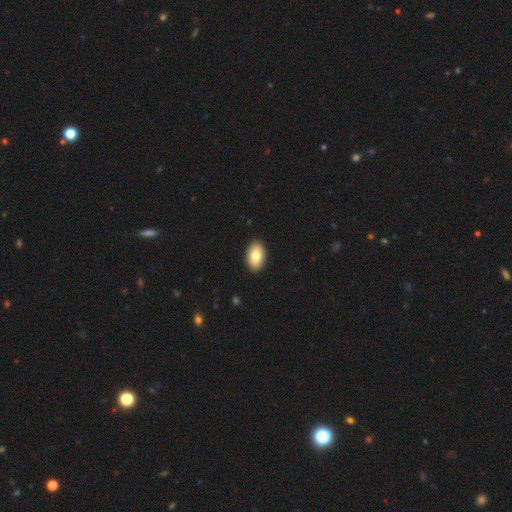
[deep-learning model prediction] smooth-or-featured: smooth: 81% | featured or disk: 12% | star or artifact: 7%
  how-rounded: in between: 93% | round: 5% | cigar-shaped: 1%
  merging: none: 91% | minor disturbance: 7% | major disturbance: 2% | merger: 1%